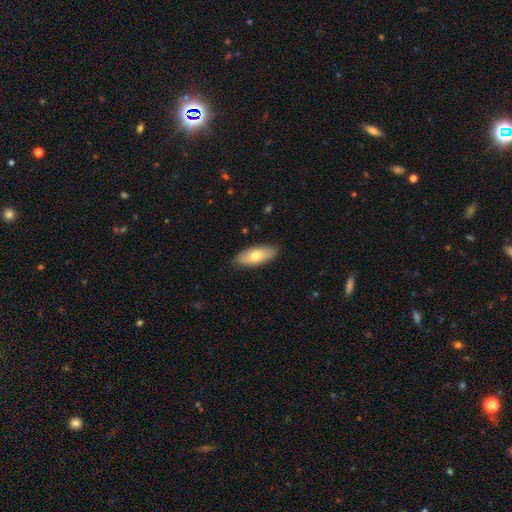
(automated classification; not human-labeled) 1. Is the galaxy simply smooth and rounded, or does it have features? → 70% smooth, 25% featured or disk, 6% star or artifact.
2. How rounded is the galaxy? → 83% in between, 14% cigar-shaped, 3% round.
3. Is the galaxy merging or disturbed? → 86% none, 11% minor disturbance, 2% major disturbance, 1% merger.